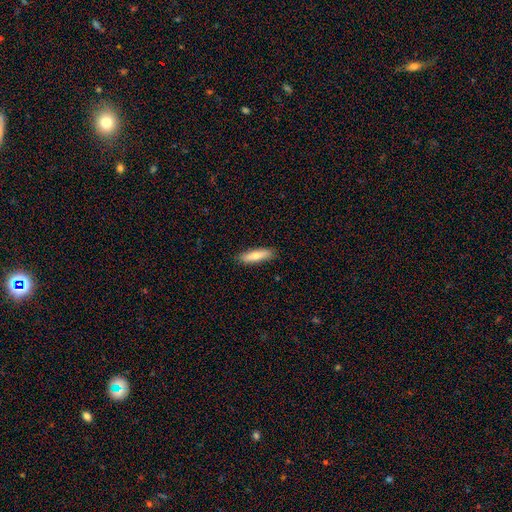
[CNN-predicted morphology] Smooth or featured?
  - smooth: 71% *
  - featured or disk: 23%
  - star or artifact: 6%
How rounded?
  - cigar-shaped: 65% *
  - in between: 33%
  - round: 2%
Merging?
  - none: 89% *
  - minor disturbance: 9%
  - major disturbance: 2%
  - merger: 1%